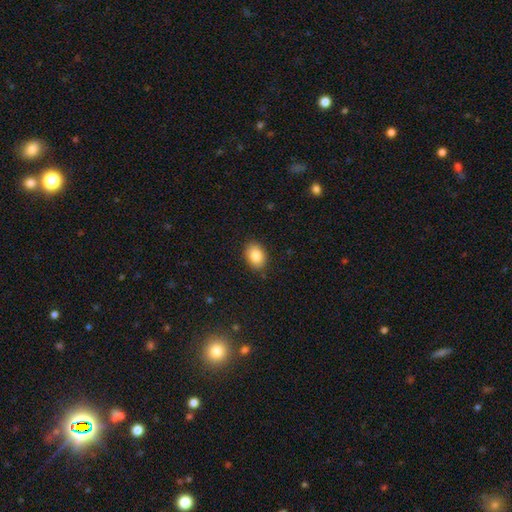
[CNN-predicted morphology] type=smooth (86%); roundness=in between (81%); merging=none (86%).